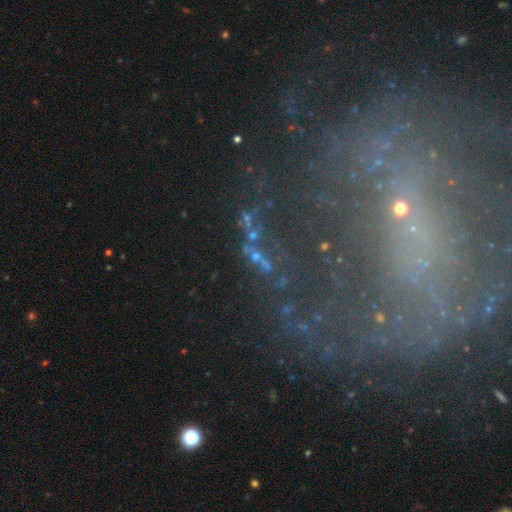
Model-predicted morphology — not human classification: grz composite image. It shows a star or artifact, not a galaxy (55%).